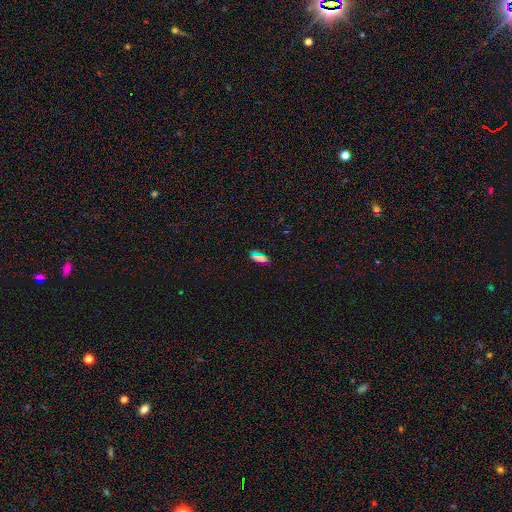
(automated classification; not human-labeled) Smooth or featured?
  - smooth: 61% *
  - star or artifact: 28%
  - featured or disk: 11%
How rounded?
  - in between: 64% *
  - cigar-shaped: 27%
  - round: 9%
Merging?
  - none: 80% *
  - minor disturbance: 13%
  - major disturbance: 4%
  - merger: 3%